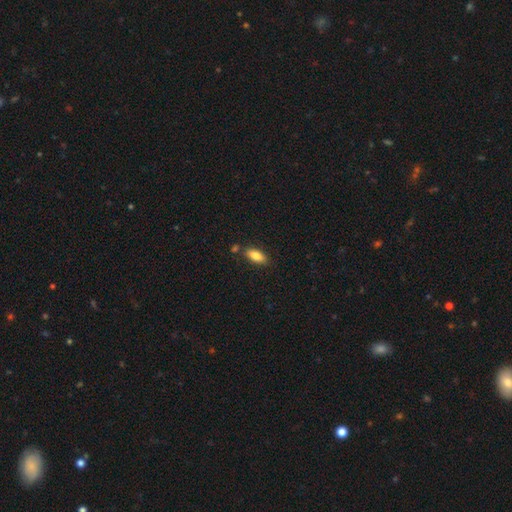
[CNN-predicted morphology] A smooth galaxy with no disk features (82%) that is in between round and cigar-shaped (83%). Merging: none (78%).